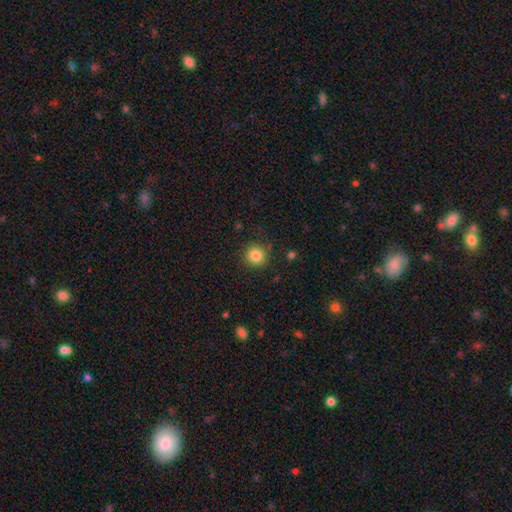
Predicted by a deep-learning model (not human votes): A smooth galaxy with no disk features (84%) that is round (91%). Merging: none (86%).